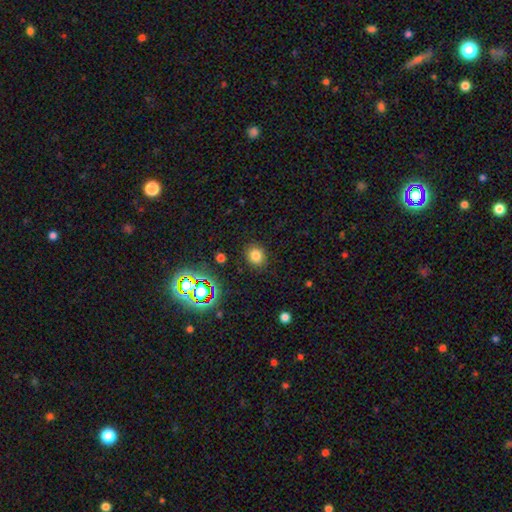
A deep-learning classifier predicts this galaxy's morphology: Overall: smooth (77%). How rounded: round (70%). Merging: none (87%).